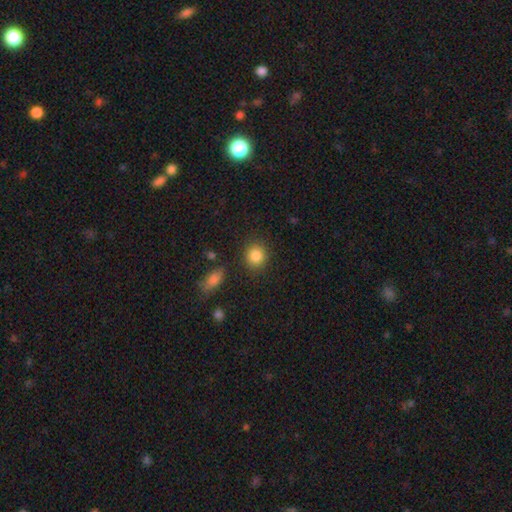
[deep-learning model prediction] This appears to be a smooth galaxy with no disk features (86%) that is round (83%). Merging: none (86%).